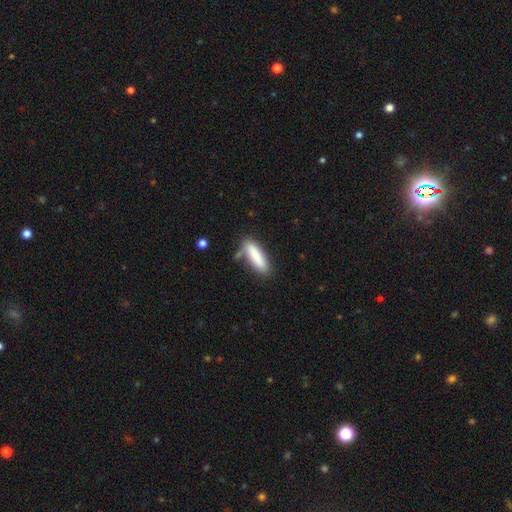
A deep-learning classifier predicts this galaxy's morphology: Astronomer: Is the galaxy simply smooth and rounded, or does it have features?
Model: smooth — 83%.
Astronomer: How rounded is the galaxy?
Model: cigar-shaped — 58% (runner-up: in between, 40%).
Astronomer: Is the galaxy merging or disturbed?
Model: none — 69%.